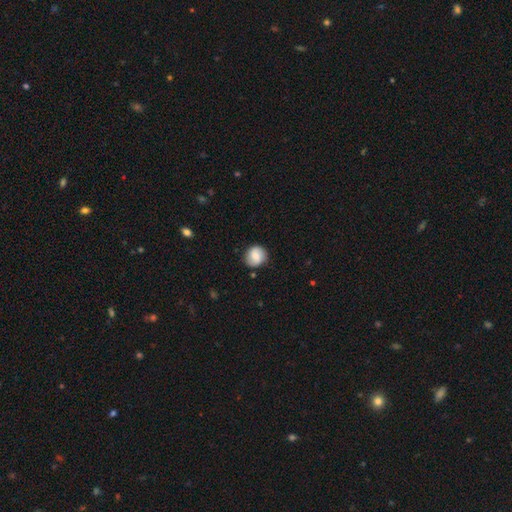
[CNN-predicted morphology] Smooth or featured?
  - smooth: 69% *
  - featured or disk: 23%
  - star or artifact: 8%
How rounded?
  - round: 85% *
  - in between: 14%
  - cigar-shaped: 1%
Merging?
  - none: 83% *
  - minor disturbance: 13%
  - major disturbance: 3%
  - merger: 1%